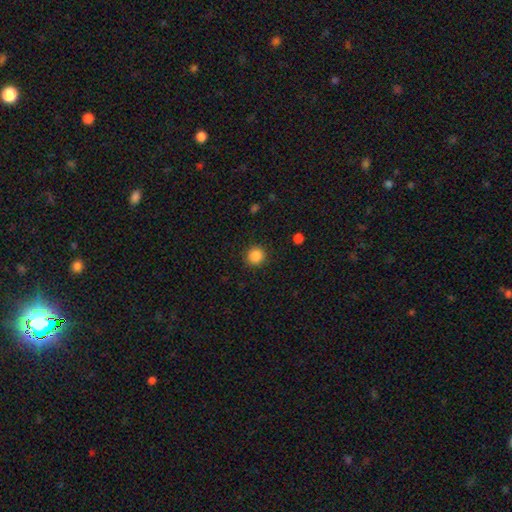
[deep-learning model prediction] Smooth or featured? smooth (87%)
How rounded? round (93%)
Merging? none (90%)